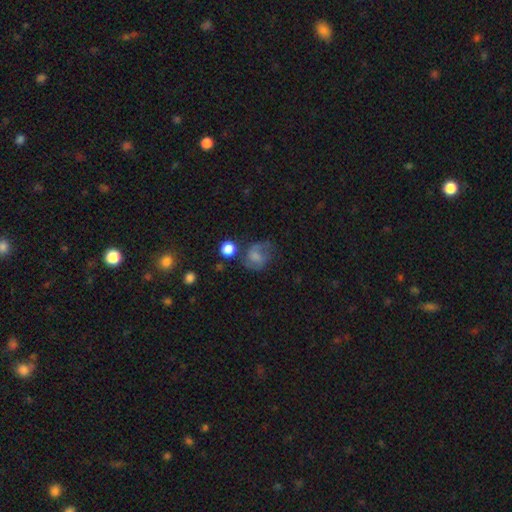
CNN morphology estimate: type=smooth (55%); roundness=round (59%); merging=none (46%).